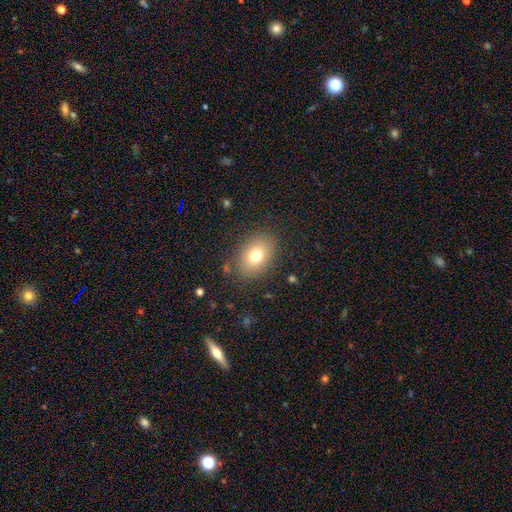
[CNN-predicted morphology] Smooth or featured? smooth (76%)
How rounded? in between (74%)
Merging? none (84%)